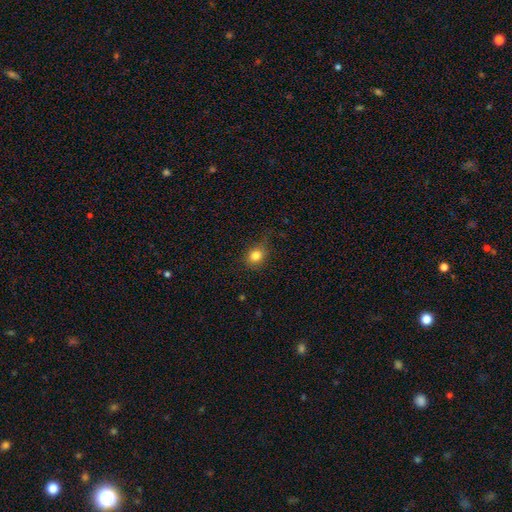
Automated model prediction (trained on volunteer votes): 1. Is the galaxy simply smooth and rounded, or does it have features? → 82% smooth, 12% star or artifact, 6% featured or disk.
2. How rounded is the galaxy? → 74% round, 25% in between, 1% cigar-shaped.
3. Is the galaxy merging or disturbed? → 77% none, 17% minor disturbance, 5% major disturbance, 1% merger.